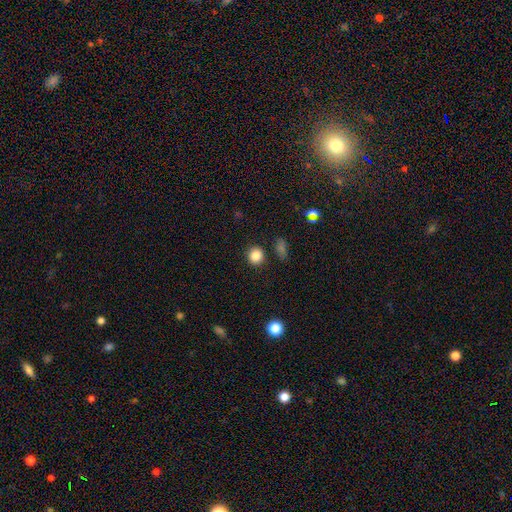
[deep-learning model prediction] smooth-or-featured: smooth: 85% | star or artifact: 10% | featured or disk: 5%
  how-rounded: round: 87% | in between: 12% | cigar-shaped: 1%
  merging: none: 87% | minor disturbance: 7% | merger: 3% | major disturbance: 2%